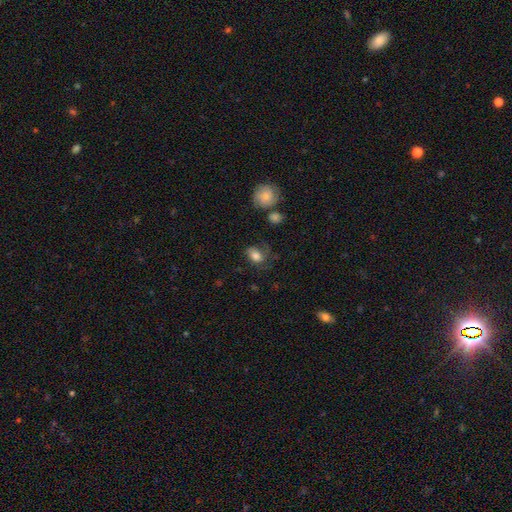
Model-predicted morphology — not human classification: This is likely a smooth galaxy (68%). How rounded: likely in between (66%). Merging: possibly none (48%).